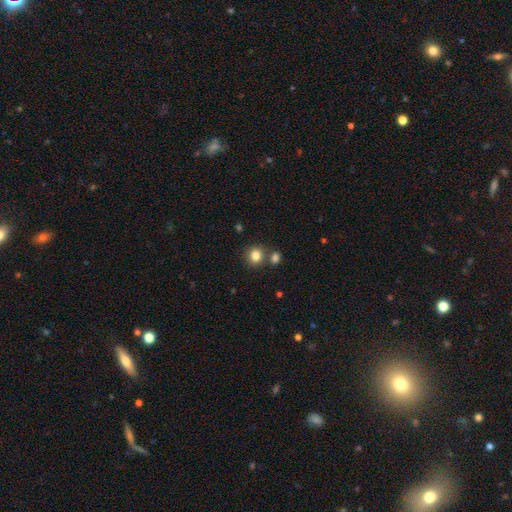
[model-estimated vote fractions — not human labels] smooth_or_featured: smooth (p=0.83) [alt: star or artifact p=0.11]
how_rounded: round (p=0.78) [alt: in between p=0.22]
merging: none (p=0.70) [alt: merger p=0.17]